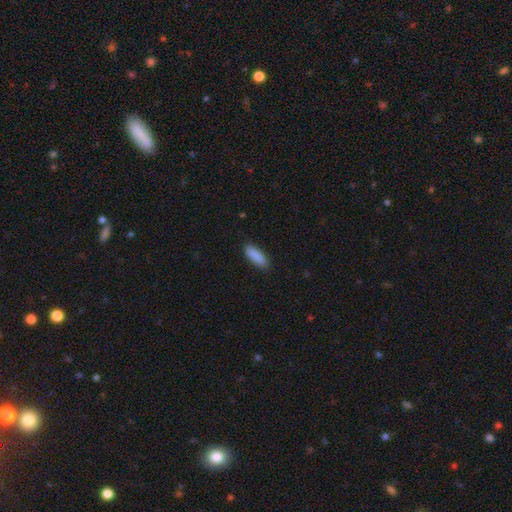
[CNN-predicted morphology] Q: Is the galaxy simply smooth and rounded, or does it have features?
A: smooth — 90%.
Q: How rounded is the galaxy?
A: in between — 57%.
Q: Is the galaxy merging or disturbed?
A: none — 88%.